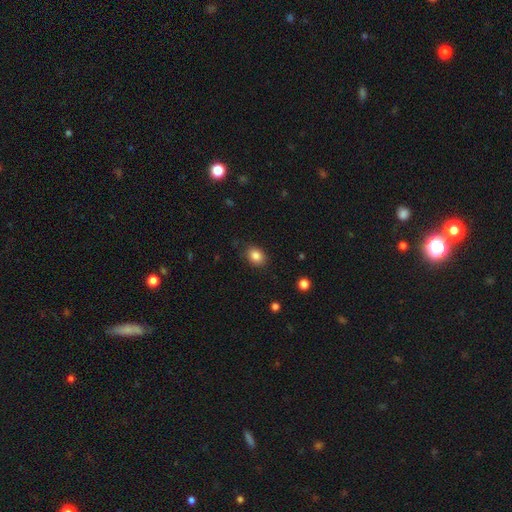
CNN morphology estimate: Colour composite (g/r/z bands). It shows a smooth galaxy with no disk features (85%) that is in between round and cigar-shaped (60%). Merging: none (84%).